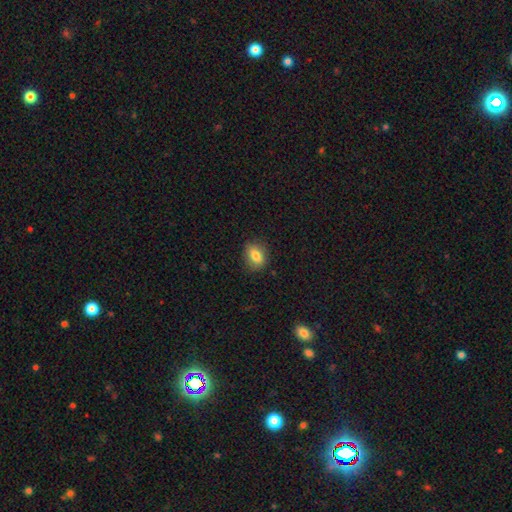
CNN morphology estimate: This is clearly a smooth galaxy (81%). How rounded: likely in between (68%). Merging: clearly none (84%).